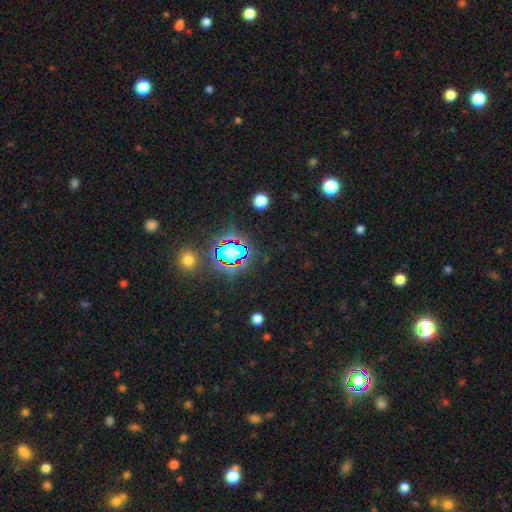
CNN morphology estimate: This is likely a star or artifact rather than a galaxy (75%).